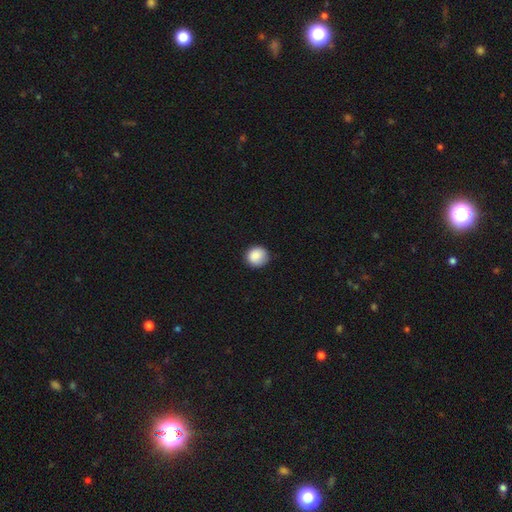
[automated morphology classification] type=smooth (88%); roundness=round (88%); merging=none (83%).